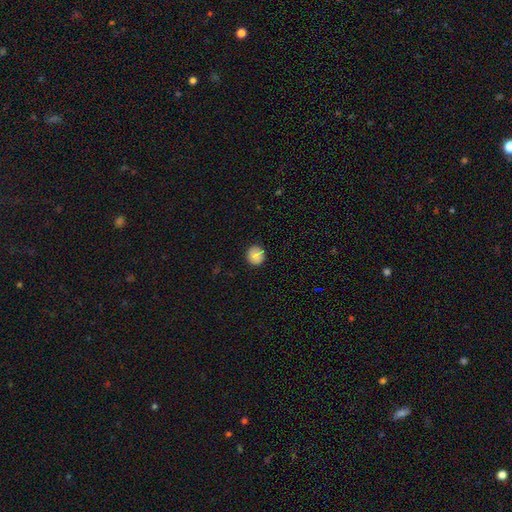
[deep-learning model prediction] The model was most divided on "smooth or featured": smooth: 79%, featured or disk: 13%, star or artifact: 9%. More confident: how rounded — round (89%); merging — none (85%).